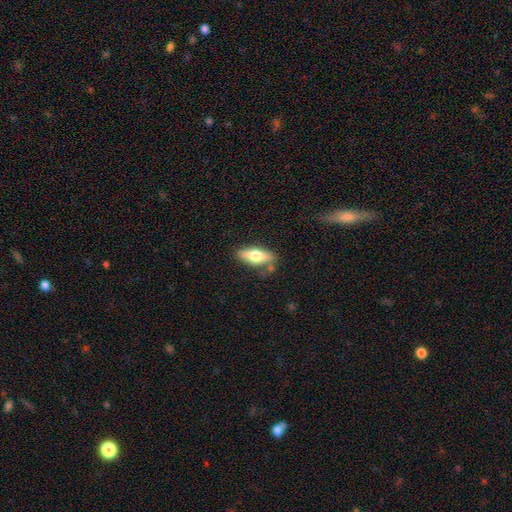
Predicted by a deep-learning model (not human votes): Smooth or featured? Predicted: smooth (p=0.63). How rounded? Predicted: in between (p=0.72). Merging? Predicted: none (p=0.75).